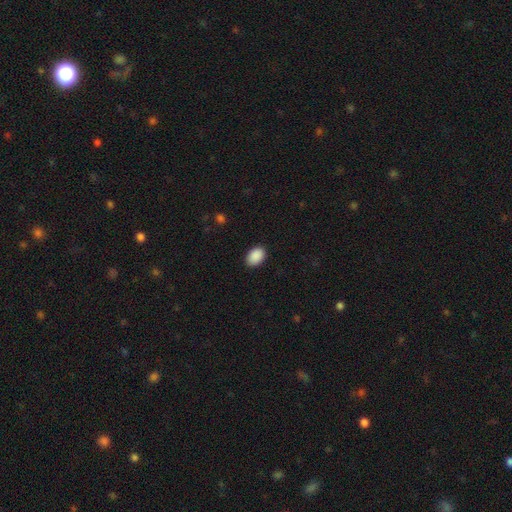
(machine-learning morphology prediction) Smooth or featured? smooth (91%)
How rounded? in between (85%)
Merging? none (89%)